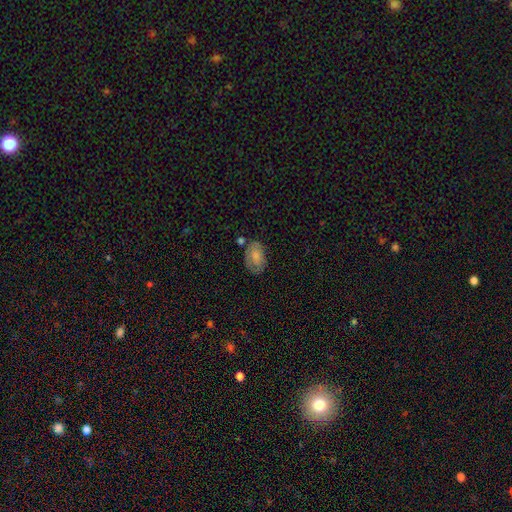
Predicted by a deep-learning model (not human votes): Smooth or featured? Predicted: smooth (p=0.69). How rounded? Predicted: in between (p=0.89). Merging? Predicted: none (p=0.58).